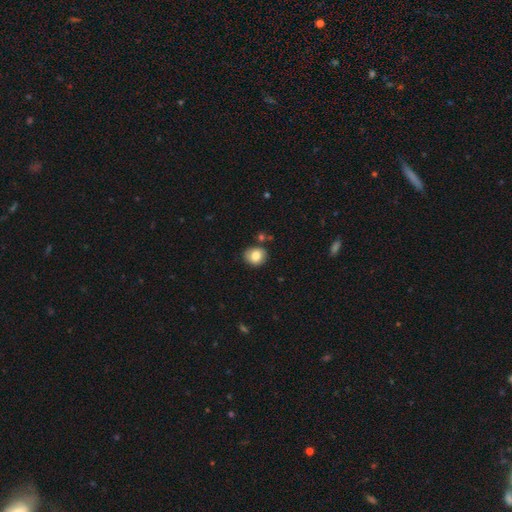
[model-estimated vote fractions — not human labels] smooth 82%, featured or disk 9%, star or artifact 9%. Down the decision tree: how rounded — round (74%); merging — none (80%).